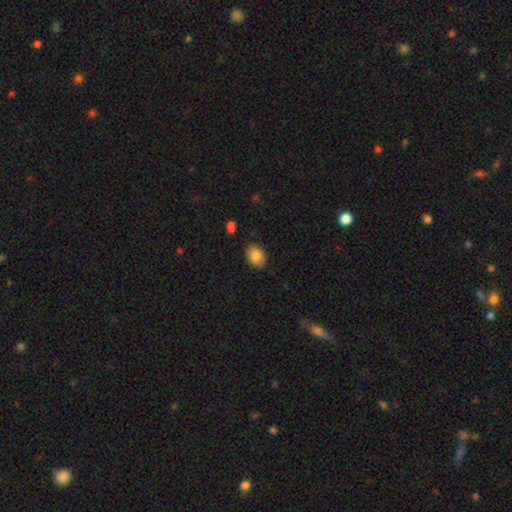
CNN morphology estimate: smooth_or_featured: smooth (p=0.86) [alt: star or artifact p=0.08]
how_rounded: in between (p=0.58) [alt: round p=0.41]
merging: none (p=0.87) [alt: minor disturbance p=0.10]